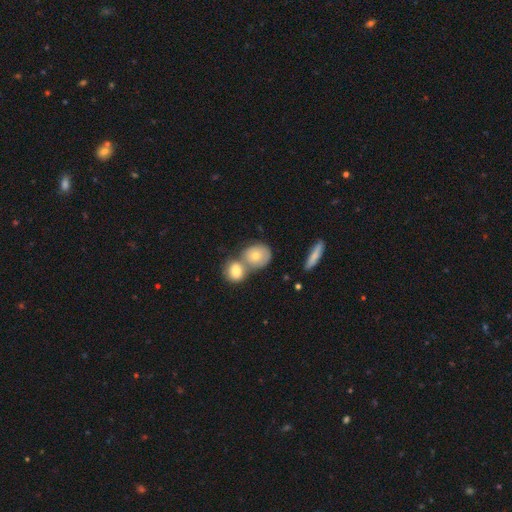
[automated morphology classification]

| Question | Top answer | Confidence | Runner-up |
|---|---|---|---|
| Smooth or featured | smooth | 71% | featured or disk (21%) |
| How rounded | round | 64% | in between (34%) |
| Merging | merger | 54% | none (33%) |